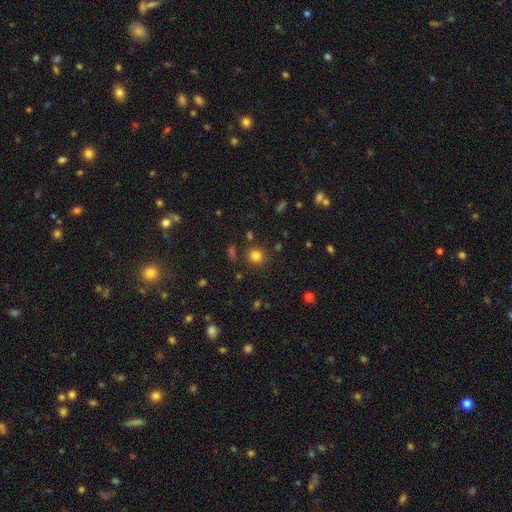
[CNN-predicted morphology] smooth_or_featured: smooth (p=0.80) [alt: star or artifact p=0.15]
how_rounded: round (p=0.89) [alt: in between p=0.10]
merging: none (p=0.85) [alt: minor disturbance p=0.08]